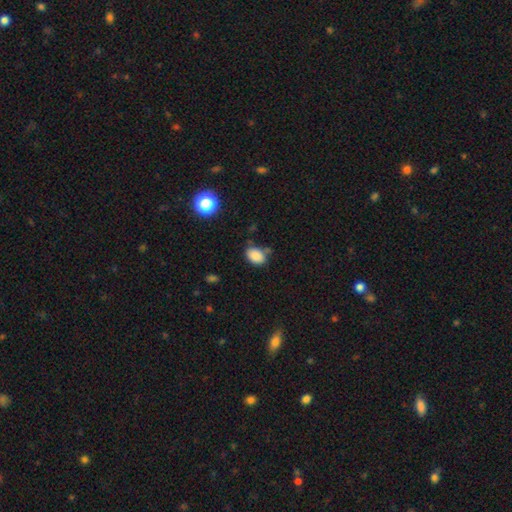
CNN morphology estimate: A smooth galaxy with no disk features (85%) that is in between round and cigar-shaped (79%). Merging: none (61%).